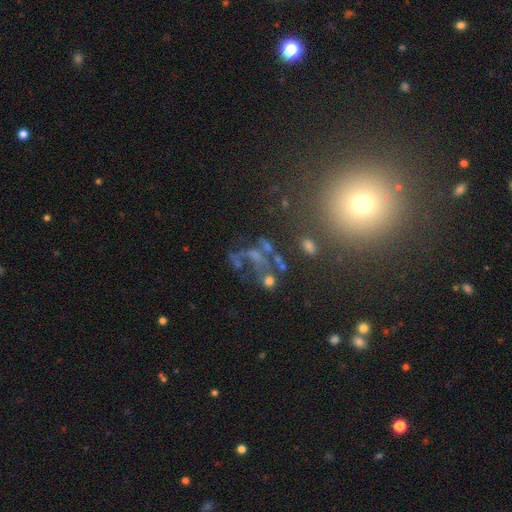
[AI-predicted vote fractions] Smooth or featured? Predicted: featured or disk (p=0.40). Merging? Predicted: major disturbance (p=0.32).